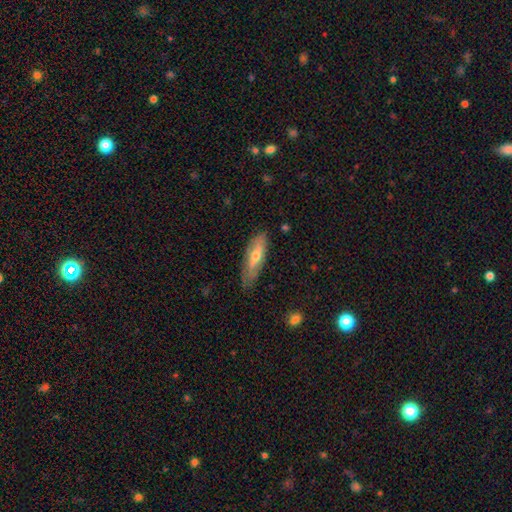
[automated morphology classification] Q: Smooth or featured?
A: featured or disk (51%); runner-up: smooth (43%)
Q: Edge-on disk?
A: no (54%); runner-up: yes (46%)
Q: Merging?
A: none (73%); runner-up: minor disturbance (21%)